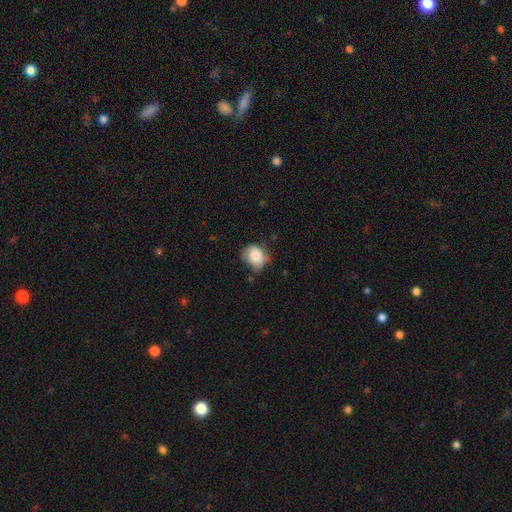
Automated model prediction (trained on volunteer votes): smooth_or_featured: smooth (p=0.82) [alt: featured or disk p=0.10]
how_rounded: round (p=0.54) [alt: in between p=0.45]
merging: none (p=0.47) [alt: minor disturbance p=0.38]